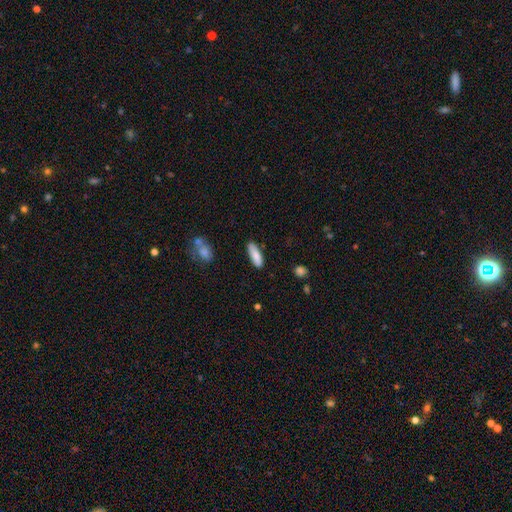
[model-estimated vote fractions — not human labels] Morphology: type=smooth (85%); roundness=in between (54%); merging=none (83%).